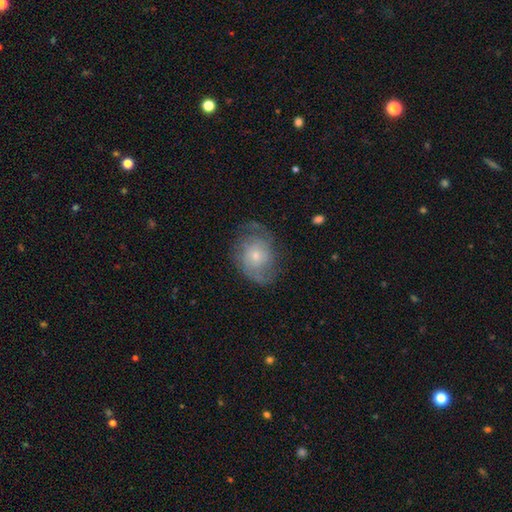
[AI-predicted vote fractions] smooth_or_featured: featured or disk (p=0.71) [alt: smooth p=0.22]
disk_edge_on: no (p=0.97) [alt: yes p=0.03]
bar: no (p=0.76) [alt: weak p=0.21]
has_spiral_arms: yes (p=0.88) [alt: no p=0.12]
spiral_winding: tight (p=0.42) [alt: medium p=0.41]
spiral_arm_count: 2 (p=0.49) [alt: can't tell p=0.28]
bulge_size: small (p=0.64) [alt: moderate p=0.30]
merging: none (p=0.64) [alt: minor disturbance p=0.21]